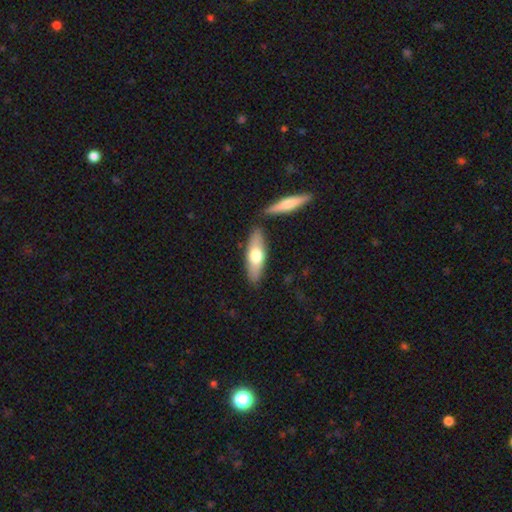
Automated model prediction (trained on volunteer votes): smooth_or_featured: smooth (p=0.62) [alt: featured or disk p=0.33]
how_rounded: cigar-shaped (p=0.51) [alt: in between p=0.47]
merging: none (p=0.79) [alt: minor disturbance p=0.10]